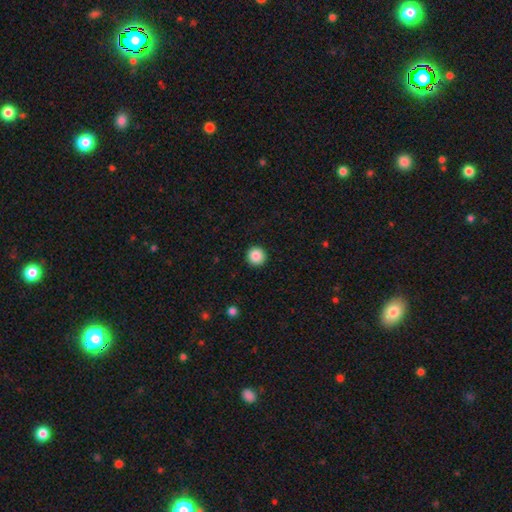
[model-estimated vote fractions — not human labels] Morphology: type=smooth (87%); roundness=round (96%); merging=none (93%).